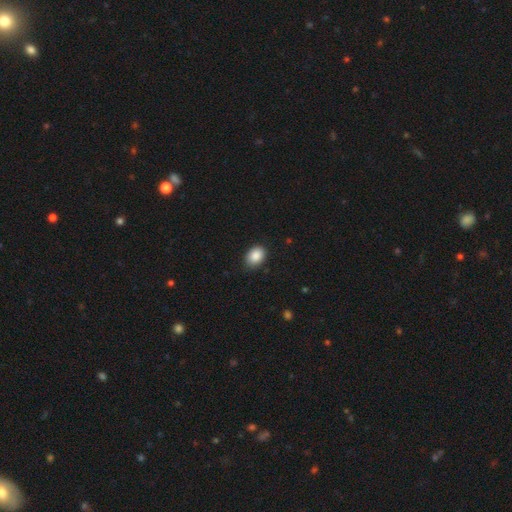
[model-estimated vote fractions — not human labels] smooth 88%, star or artifact 8%, featured or disk 4%. Down the decision tree: how rounded — in between (69%); merging — none (81%).